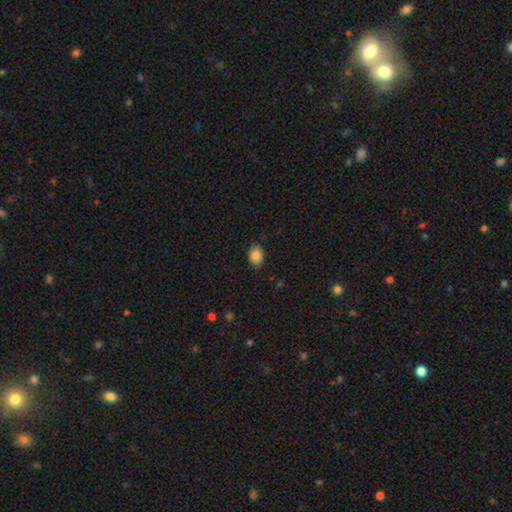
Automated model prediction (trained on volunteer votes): This is clearly a smooth galaxy (85%). How rounded: likely in between (66%). Merging: likely none (79%).